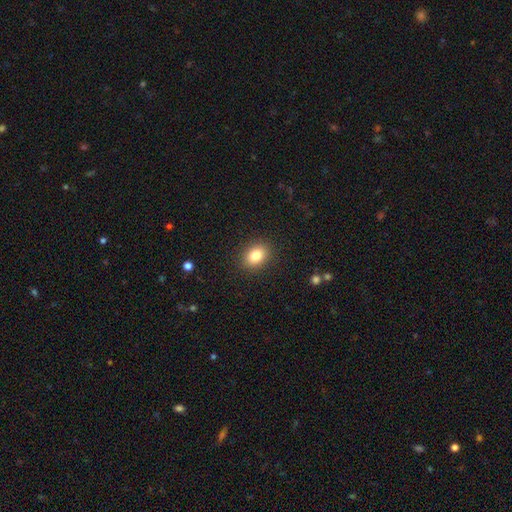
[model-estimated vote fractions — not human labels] A smooth galaxy with no disk features (83%) that is in between round and cigar-shaped (63%).

Vote fractions:
- Smooth or featured? smooth: 83% / star or artifact: 10% / featured or disk: 7%
- How rounded? in between: 63% / round: 36% / cigar-shaped: 1%
- Merging? none: 89% / minor disturbance: 8% / major disturbance: 2% / merger: 1%